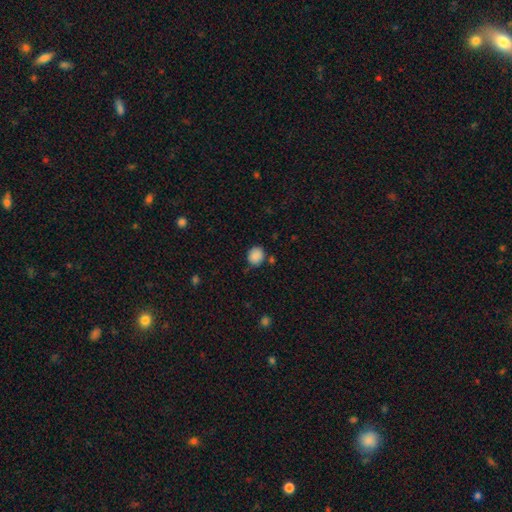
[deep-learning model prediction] smooth-or-featured: smooth: 88% | star or artifact: 9% | featured or disk: 3%
  how-rounded: round: 73% | in between: 26% | cigar-shaped: 1%
  merging: none: 77% | minor disturbance: 15% | merger: 5% | major disturbance: 3%